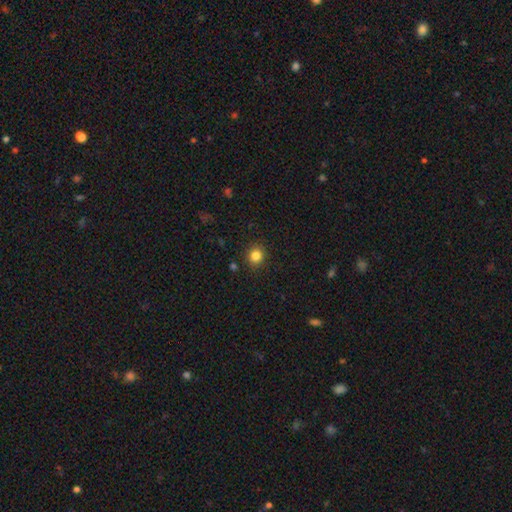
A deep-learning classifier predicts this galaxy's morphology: smooth-or-featured: smooth: 83% | star or artifact: 12% | featured or disk: 5%
  how-rounded: round: 82% | in between: 17% | cigar-shaped: 1%
  merging: none: 91% | minor disturbance: 6% | major disturbance: 2% | merger: 1%